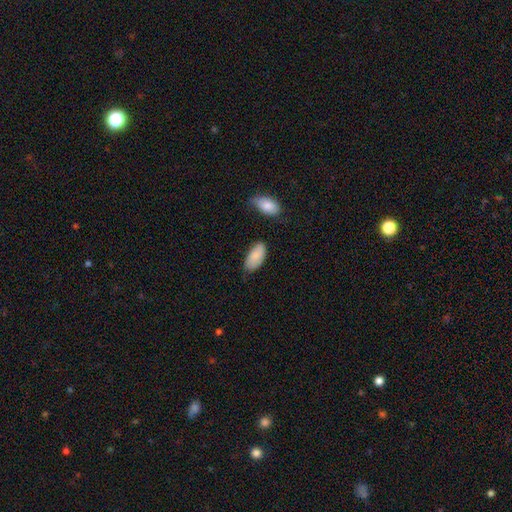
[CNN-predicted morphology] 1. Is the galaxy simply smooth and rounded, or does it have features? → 87% smooth, 7% featured or disk, 6% star or artifact.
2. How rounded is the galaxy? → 94% in between, 5% cigar-shaped, 2% round.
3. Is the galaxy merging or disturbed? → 69% none, 23% minor disturbance, 4% major disturbance, 4% merger.